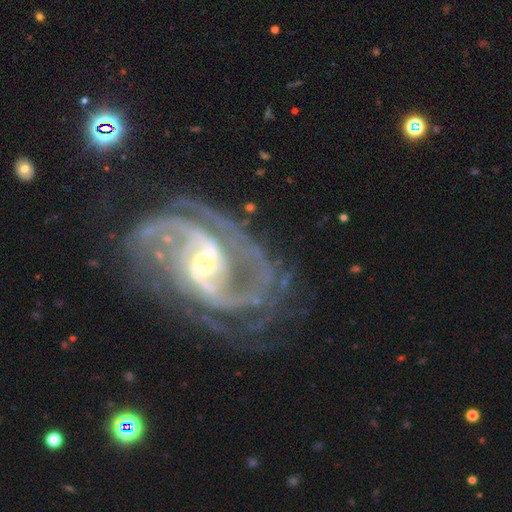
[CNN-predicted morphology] smooth_or_featured: featured or disk (p=0.92) [alt: star or artifact p=0.06]
disk_edge_on: no (p=0.98) [alt: yes p=0.02]
bar: weak (p=0.44) [alt: strong p=0.28]
has_spiral_arms: yes (p=0.98) [alt: no p=0.02]
spiral_winding: medium (p=0.52) [alt: tight p=0.30]
spiral_arm_count: 2 (p=0.58) [alt: 3 p=0.15]
bulge_size: small (p=0.61) [alt: moderate p=0.34]
merging: none (p=0.63) [alt: minor disturbance p=0.18]